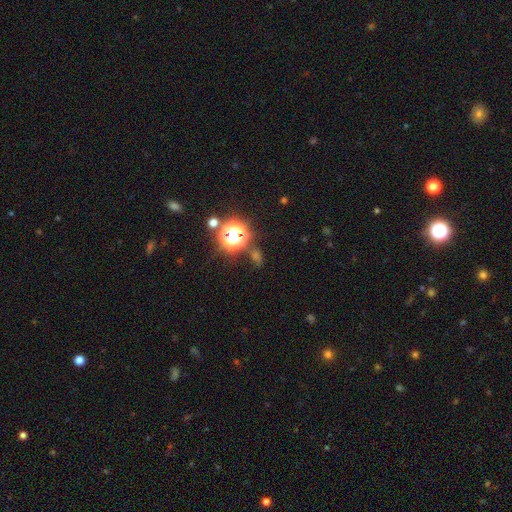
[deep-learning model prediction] smooth_or_featured: star or artifact (p=0.60) [alt: smooth p=0.30]